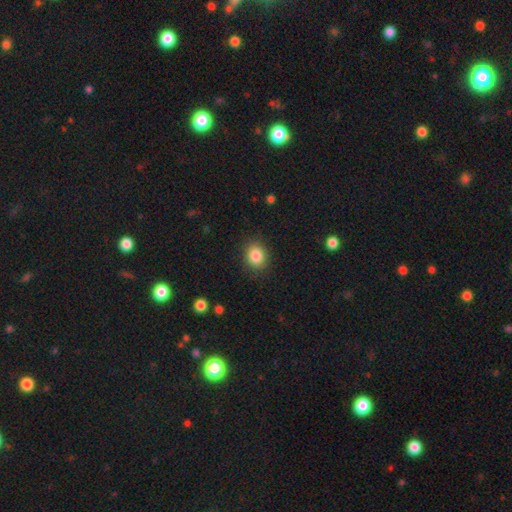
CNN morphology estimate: smooth 85%, star or artifact 9%, featured or disk 6%. Down the decision tree: how rounded — round (59%); merging — none (87%).